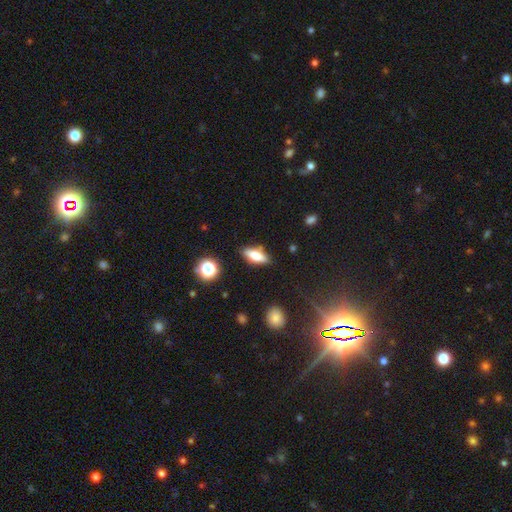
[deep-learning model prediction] This appears to be a smooth galaxy with no disk features (64%) that is in between round and cigar-shaped (64%). Merging: none (82%).